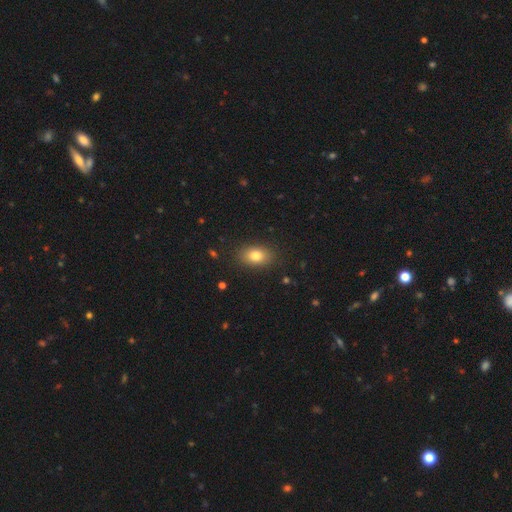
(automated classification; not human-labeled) Smooth or featured? Predicted: smooth (p=0.81). How rounded? Predicted: in between (p=0.83). Merging? Predicted: none (p=0.87).